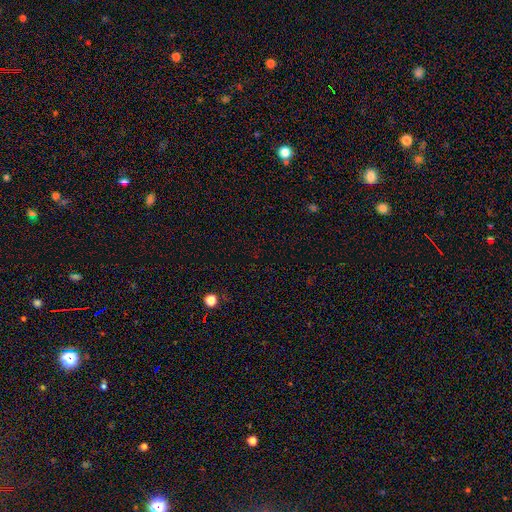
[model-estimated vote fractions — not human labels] Smooth or featured? star or artifact (69%)